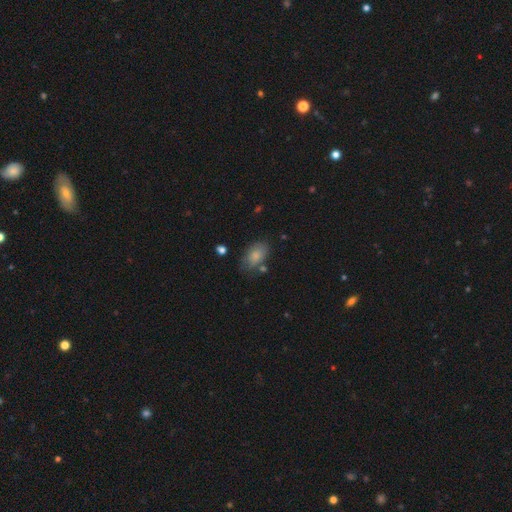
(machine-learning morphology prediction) Q: Smooth or featured?
A: smooth (83%); runner-up: featured or disk (10%)
Q: How rounded?
A: in between (90%); runner-up: round (8%)
Q: Merging?
A: none (68%); runner-up: minor disturbance (20%)